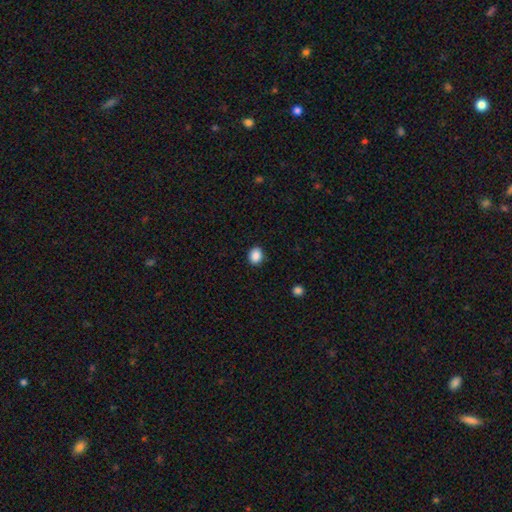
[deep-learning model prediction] A smooth galaxy with no disk features (89%) that is round (53%).

Vote fractions:
- Smooth or featured? smooth: 89% / star or artifact: 9% / featured or disk: 3%
- How rounded? round: 53% / in between: 47% / cigar-shaped: 1%
- Merging? none: 89% / minor disturbance: 7% / major disturbance: 2% / merger: 1%